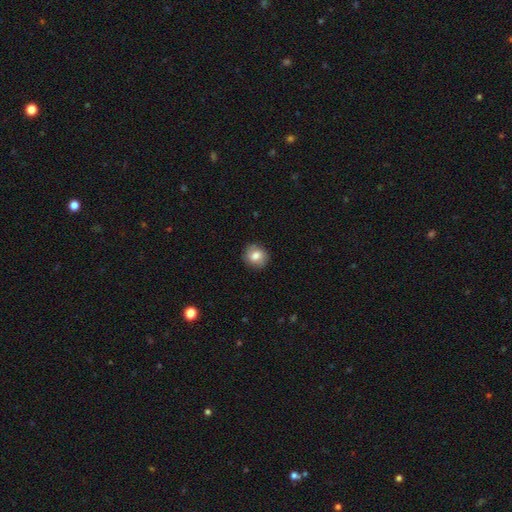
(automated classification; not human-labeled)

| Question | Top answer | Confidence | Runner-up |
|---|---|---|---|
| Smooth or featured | smooth | 74% | featured or disk (17%) |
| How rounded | round | 83% | in between (16%) |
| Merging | none | 85% | minor disturbance (12%) |